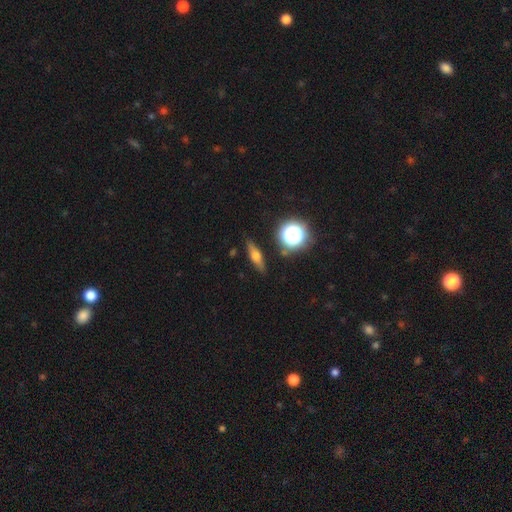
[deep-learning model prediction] The model was most divided on "smooth or featured": smooth: 45%, featured or disk: 42%, star or artifact: 13%. More confident: merging — none (87%).